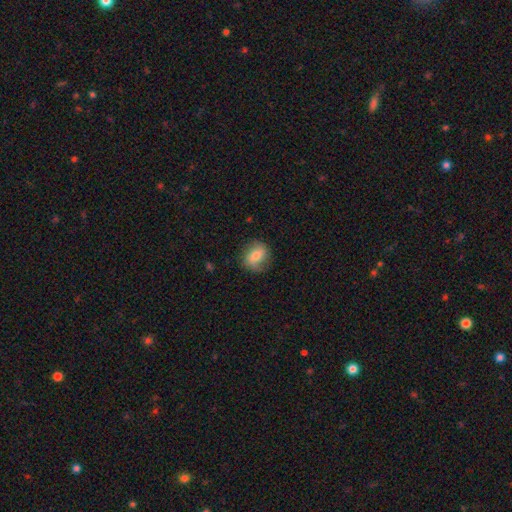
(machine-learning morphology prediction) This is likely a smooth galaxy (63%). How rounded: possibly round (56%). Merging: likely none (73%).